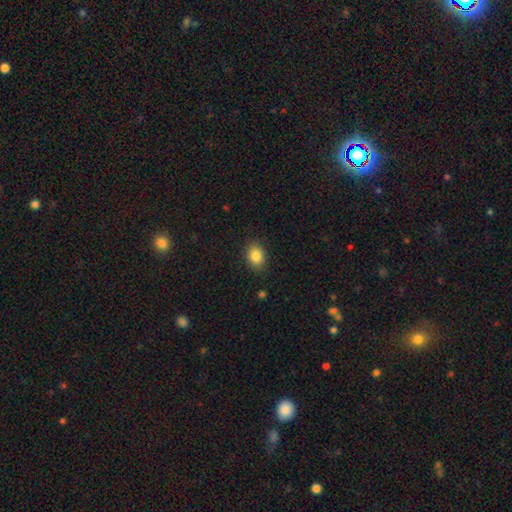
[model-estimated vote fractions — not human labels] smooth-or-featured: smooth: 85% | star or artifact: 9% | featured or disk: 6%
  how-rounded: in between: 76% | round: 23% | cigar-shaped: 1%
  merging: none: 87% | minor disturbance: 10% | major disturbance: 2% | merger: 1%